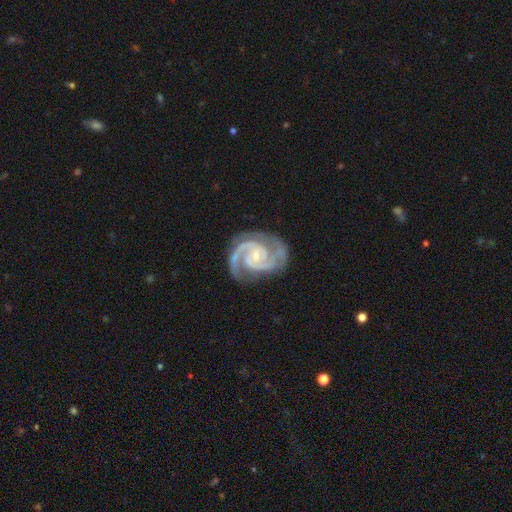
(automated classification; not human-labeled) The model was most divided on "spiral winding": tight: 50%, medium: 46%, loose: 4%. Remaining: spiral arms — yes (99%); edge-on disk — no (98%); smooth or featured — featured or disk (94%); spiral arm count — 2 (86%); merging — none (78%); bulge size — small (72%); bar — no (48%).